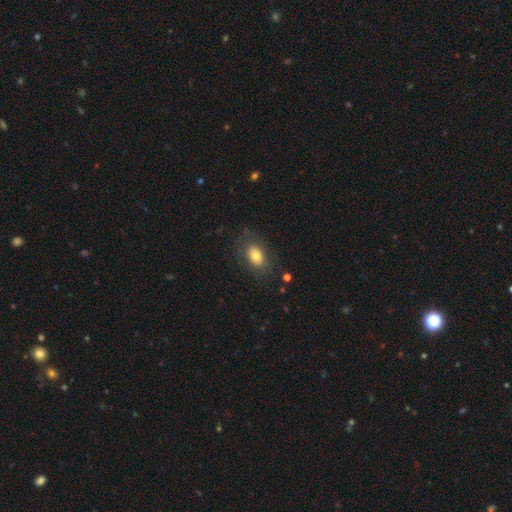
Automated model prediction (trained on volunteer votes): The model was most divided on "merging": none: 74%, minor disturbance: 16%, major disturbance: 8%, merger: 1%. More confident: how rounded — in between (84%); smooth or featured — smooth (76%).